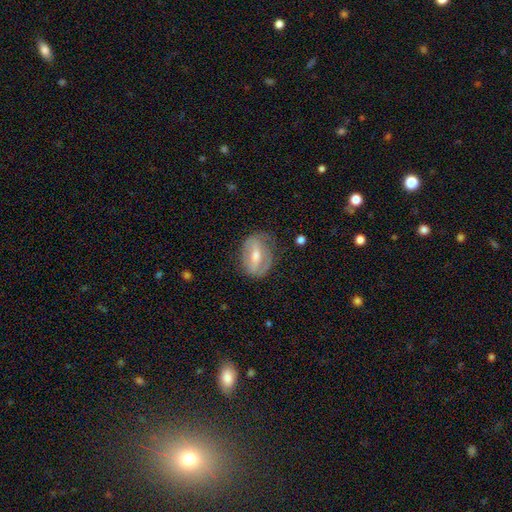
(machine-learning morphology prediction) Overall: featured or disk (64%; smooth 29%). Edge-on disk: no (91%). Bar: strong (48%; weak 36%). Spiral arms: yes (55%; no 45%). Bulge size: moderate (64%; small 26%). Merging: none (67%).